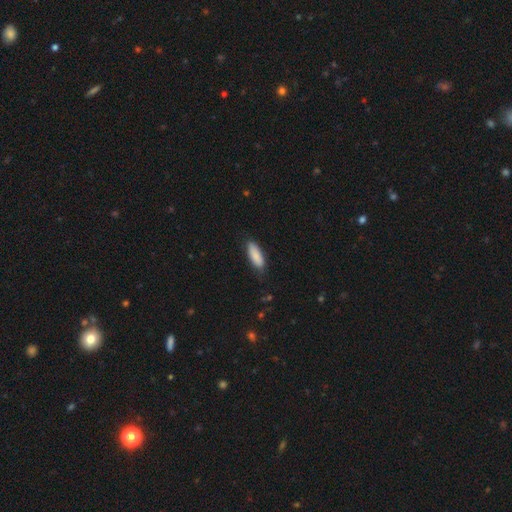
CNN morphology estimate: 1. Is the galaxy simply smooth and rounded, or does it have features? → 87% smooth, 7% featured or disk, 6% star or artifact.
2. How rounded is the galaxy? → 62% in between, 36% cigar-shaped, 2% round.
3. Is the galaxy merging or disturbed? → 79% none, 17% minor disturbance, 3% major disturbance, 1% merger.